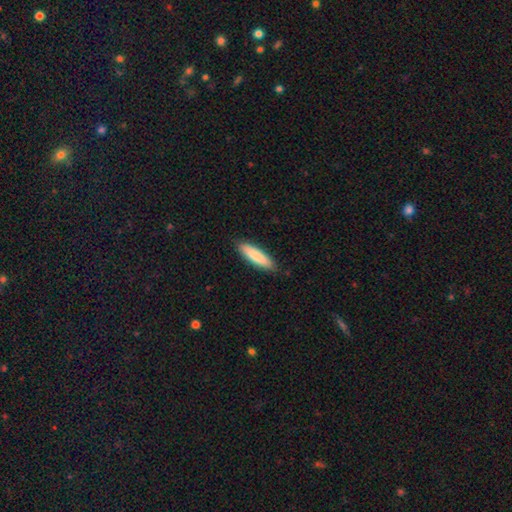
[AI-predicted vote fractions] Q: Smooth or featured?
A: smooth (85%); runner-up: featured or disk (10%)
Q: How rounded?
A: cigar-shaped (69%); runner-up: in between (30%)
Q: Merging?
A: none (87%); runner-up: minor disturbance (10%)